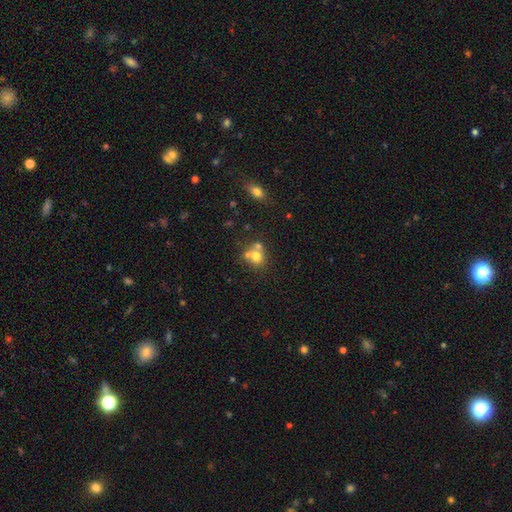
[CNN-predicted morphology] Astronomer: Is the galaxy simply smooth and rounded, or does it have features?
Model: smooth — 70%.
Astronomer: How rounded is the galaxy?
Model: round — 74%.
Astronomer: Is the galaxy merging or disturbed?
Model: merger — 45% (runner-up: none, 41%).